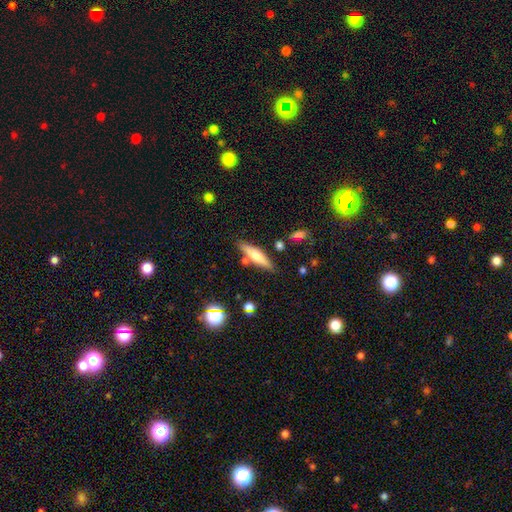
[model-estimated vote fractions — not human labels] Smooth or featured? Predicted: smooth (p=0.53). How rounded? Predicted: cigar-shaped (p=0.72). Merging? Predicted: none (p=0.78).